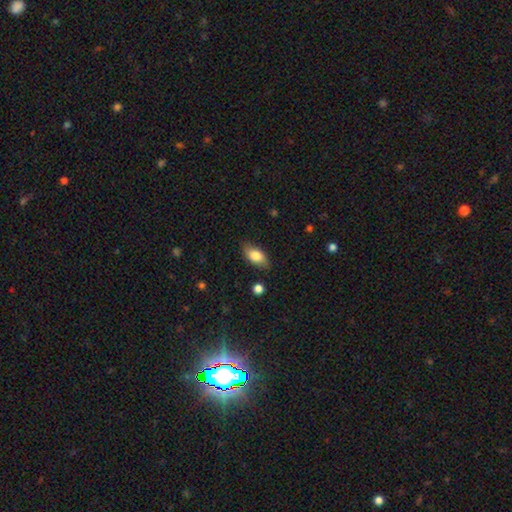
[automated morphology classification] smooth_or_featured: smooth (p=0.79) [alt: featured or disk p=0.14]
how_rounded: in between (p=0.89) [alt: cigar-shaped p=0.06]
merging: none (p=0.82) [alt: minor disturbance p=0.14]